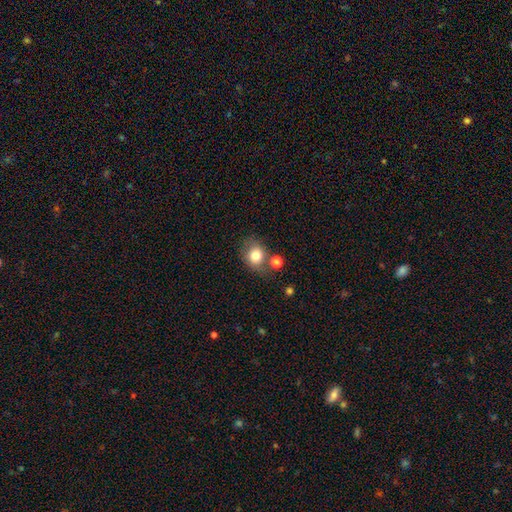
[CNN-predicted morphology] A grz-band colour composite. It shows a smooth galaxy with no disk features (79%) that is round (58%). Merging: none (64%).